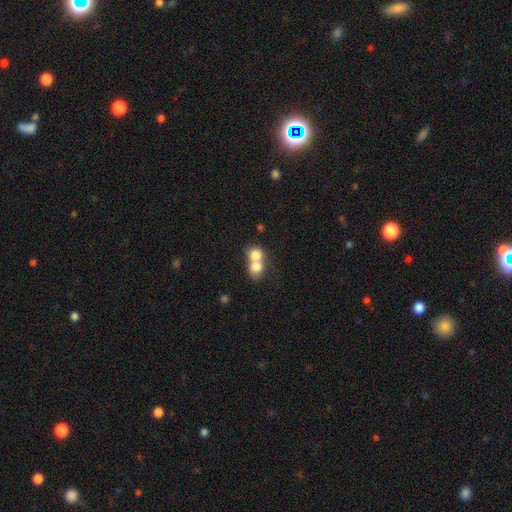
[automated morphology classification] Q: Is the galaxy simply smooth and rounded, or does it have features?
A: smooth — 76%.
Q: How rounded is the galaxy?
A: round — 63%.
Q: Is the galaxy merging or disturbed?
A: merger — 74%.